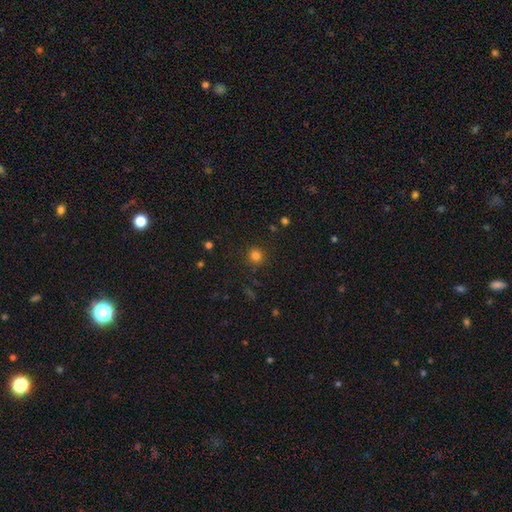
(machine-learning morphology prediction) type=smooth (81%); roundness=round (93%); merging=none (89%).